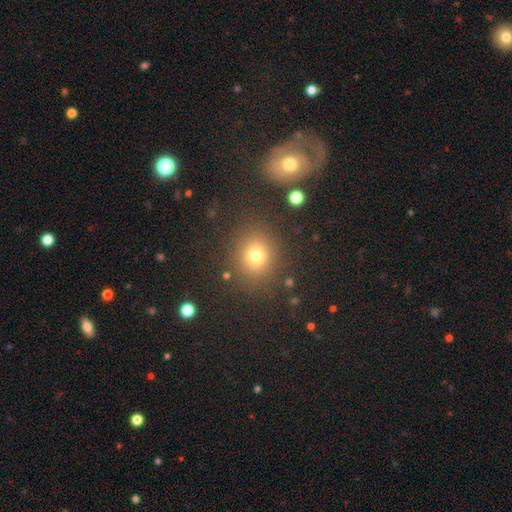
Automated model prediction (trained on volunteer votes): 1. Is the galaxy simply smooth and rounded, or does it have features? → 74% smooth, 18% star or artifact, 8% featured or disk.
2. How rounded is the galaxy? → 77% round, 22% in between, 1% cigar-shaped.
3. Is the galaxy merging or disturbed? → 85% none, 8% minor disturbance, 4% major disturbance, 3% merger.